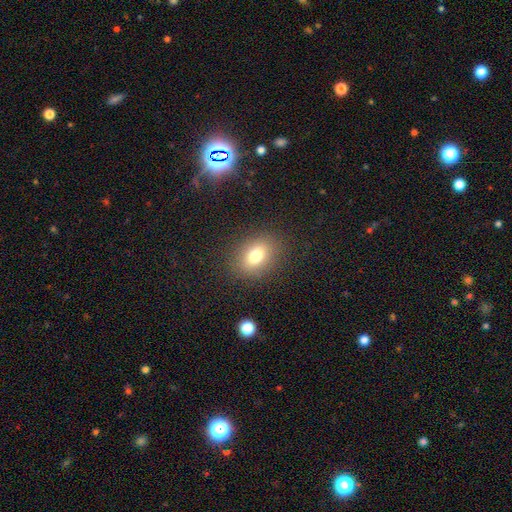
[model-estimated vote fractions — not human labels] This appears to be a smooth galaxy with no disk features (76%) that is in between round and cigar-shaped (71%). Merging: none (85%).